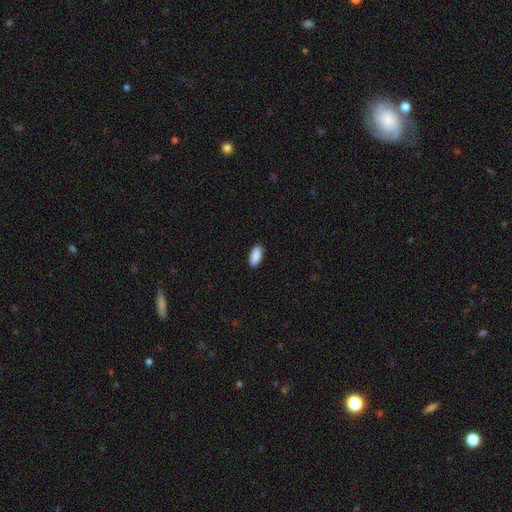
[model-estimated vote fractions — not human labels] A smooth galaxy with no disk features (90%) that is in between round and cigar-shaped (86%).

Vote fractions:
- Smooth or featured? smooth: 90% / star or artifact: 6% / featured or disk: 4%
- How rounded? in between: 86% / cigar-shaped: 12% / round: 2%
- Merging? none: 90% / minor disturbance: 8% / major disturbance: 2% / merger: 1%